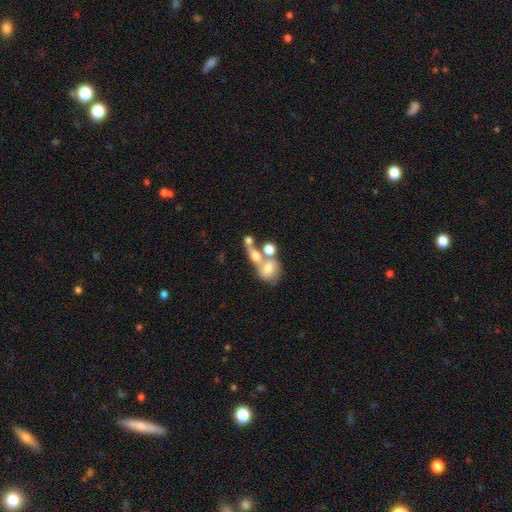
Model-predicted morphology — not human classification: Smooth or featured?
  - smooth: 54% *
  - featured or disk: 34%
  - star or artifact: 13%
How rounded?
  - in between: 50% *
  - round: 40%
  - cigar-shaped: 10%
Merging?
  - merger: 58% *
  - none: 24%
  - minor disturbance: 9%
  - major disturbance: 9%